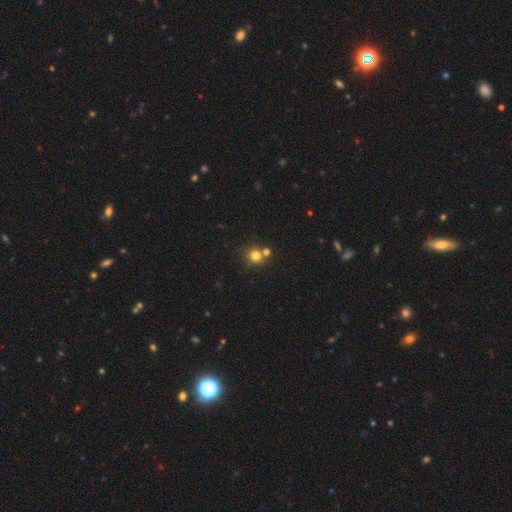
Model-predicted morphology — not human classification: Q: Smooth or featured?
A: smooth (77%); runner-up: star or artifact (14%)
Q: How rounded?
A: round (87%); runner-up: in between (12%)
Q: Merging?
A: none (62%); runner-up: merger (25%)